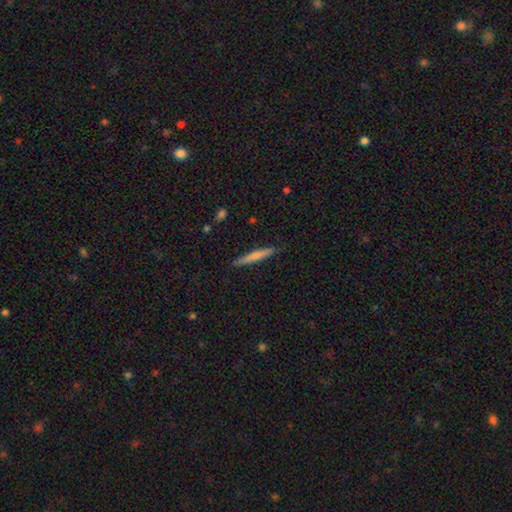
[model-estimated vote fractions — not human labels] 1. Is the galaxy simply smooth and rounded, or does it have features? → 66% smooth, 28% featured or disk, 6% star or artifact.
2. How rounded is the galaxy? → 95% cigar-shaped, 4% in between, 1% round.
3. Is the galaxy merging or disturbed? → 88% none, 9% minor disturbance, 2% major disturbance, 1% merger.